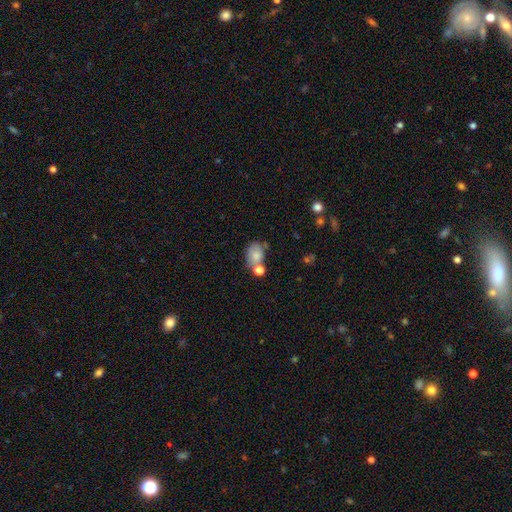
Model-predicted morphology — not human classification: smooth-or-featured: smooth: 76% | featured or disk: 15% | star or artifact: 9%
  how-rounded: in between: 66% | round: 33% | cigar-shaped: 1%
  merging: none: 45% | merger: 30% | minor disturbance: 18% | major disturbance: 7%